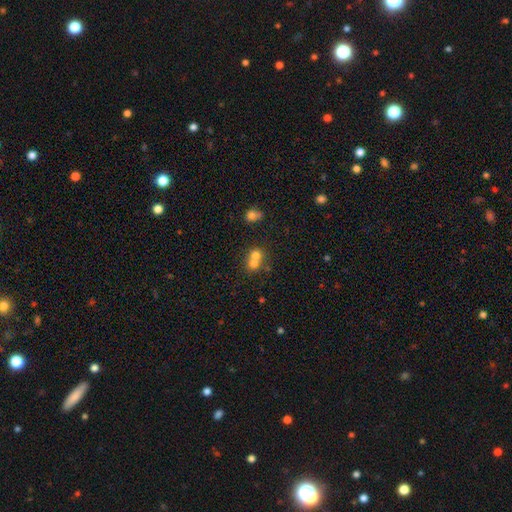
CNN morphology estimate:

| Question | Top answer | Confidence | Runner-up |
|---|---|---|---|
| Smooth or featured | smooth | 70% | featured or disk (17%) |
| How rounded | round | 77% | in between (22%) |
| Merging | merger | 66% | none (27%) |